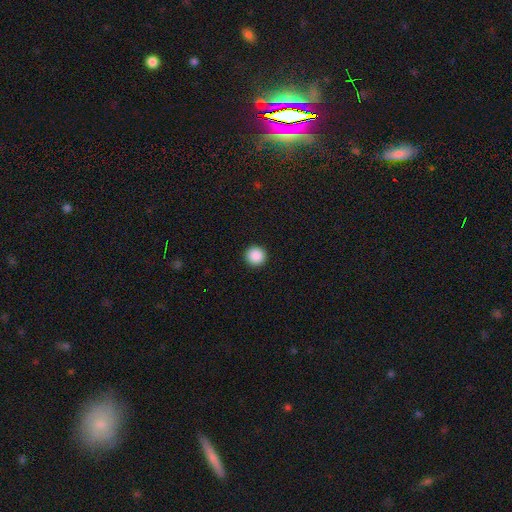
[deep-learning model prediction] This is clearly a smooth galaxy (89%). How rounded: clearly round (96%). Merging: clearly none (94%).